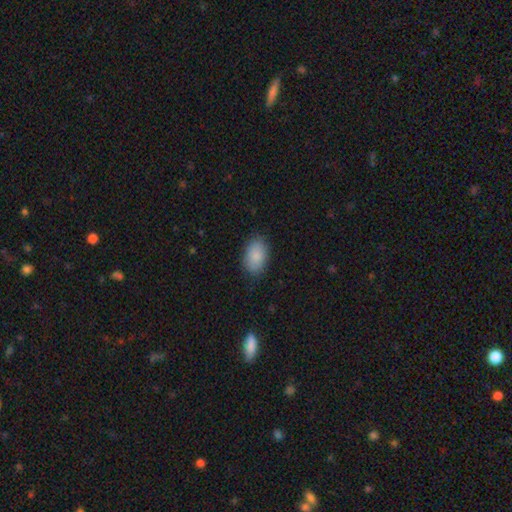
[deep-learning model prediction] smooth 88%, star or artifact 7%, featured or disk 5%. Down the decision tree: how rounded — in between (92%); merging — none (85%).